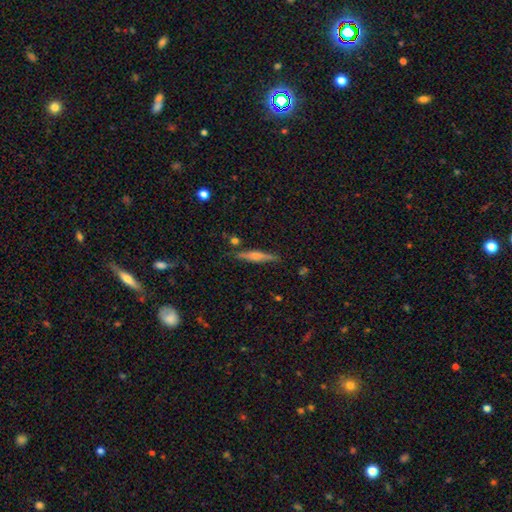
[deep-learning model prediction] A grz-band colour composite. It shows a featured or disk galaxy (67%) viewed edge-on (97%) with a rounded central bulge (79%). Merging: none (87%).